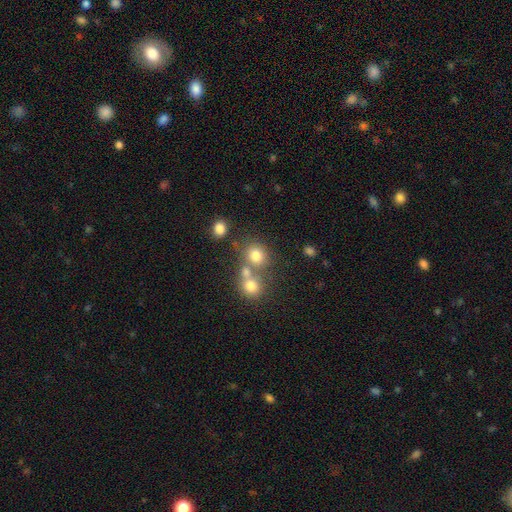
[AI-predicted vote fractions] The model was most divided on "merging": none: 54%, merger: 33%, minor disturbance: 9%, major disturbance: 4%. More confident: how rounded — round (79%); smooth or featured — smooth (76%).